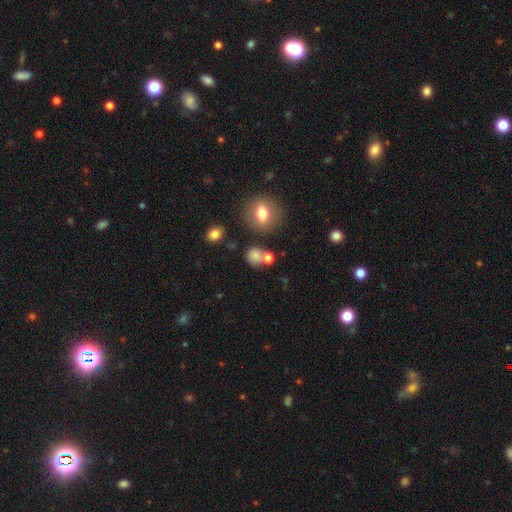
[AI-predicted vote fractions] This is likely a smooth galaxy (75%). How rounded: likely round (75%). Merging: possibly none (51%).